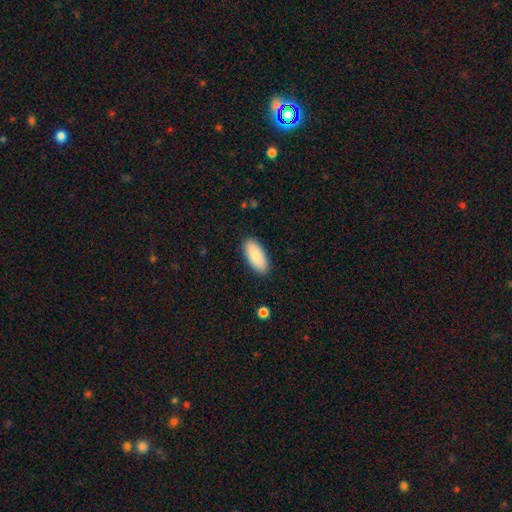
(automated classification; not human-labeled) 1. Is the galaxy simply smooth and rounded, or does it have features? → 89% smooth, 6% star or artifact, 6% featured or disk.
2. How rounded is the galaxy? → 88% in between, 10% cigar-shaped, 2% round.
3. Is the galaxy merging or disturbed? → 89% none, 8% minor disturbance, 2% major disturbance, 1% merger.